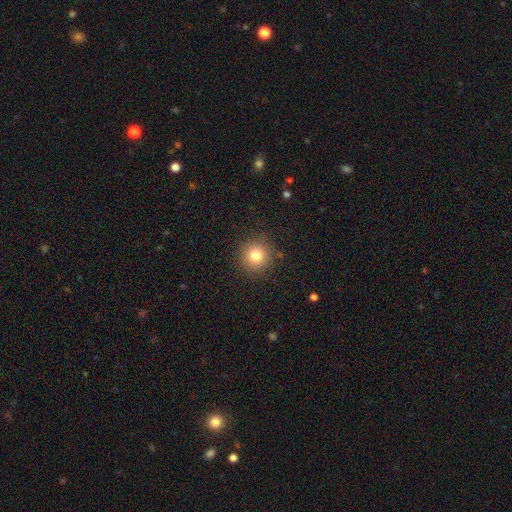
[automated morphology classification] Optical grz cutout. It shows a smooth galaxy with no disk features (80%) that is round (94%). Merging: none (89%).